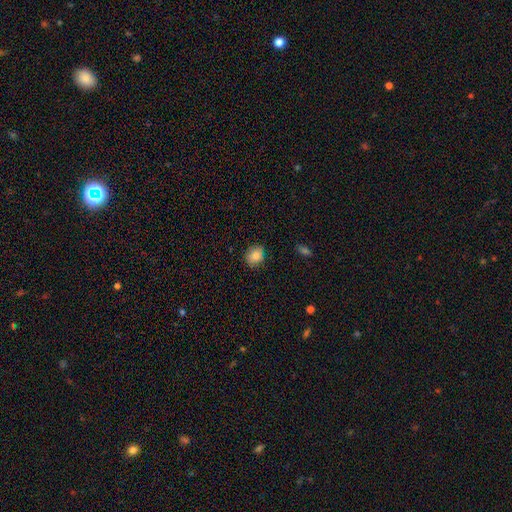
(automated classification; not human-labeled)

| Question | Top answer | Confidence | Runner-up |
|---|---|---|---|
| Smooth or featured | smooth | 83% | star or artifact (9%) |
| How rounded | round | 62% | in between (37%) |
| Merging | none | 84% | minor disturbance (13%) |